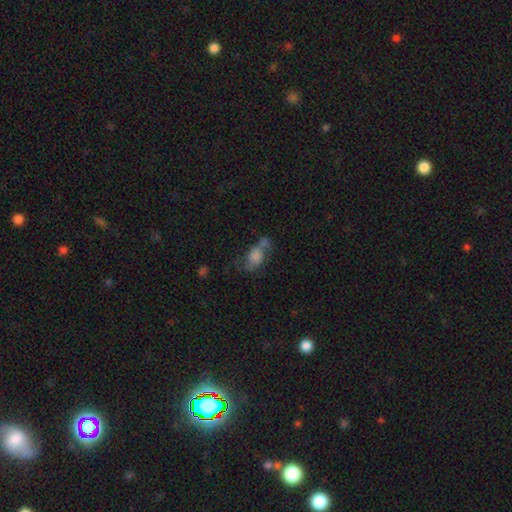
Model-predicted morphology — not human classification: Q: Smooth or featured?
A: featured or disk (47%); runner-up: smooth (38%)
Q: Merging?
A: none (41%); runner-up: major disturbance (24%)